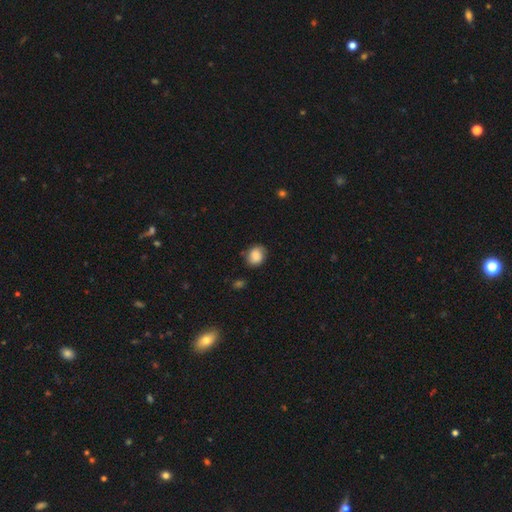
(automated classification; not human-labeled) A smooth galaxy with no disk features (81%) that is round (56%). Merging: none (75%).